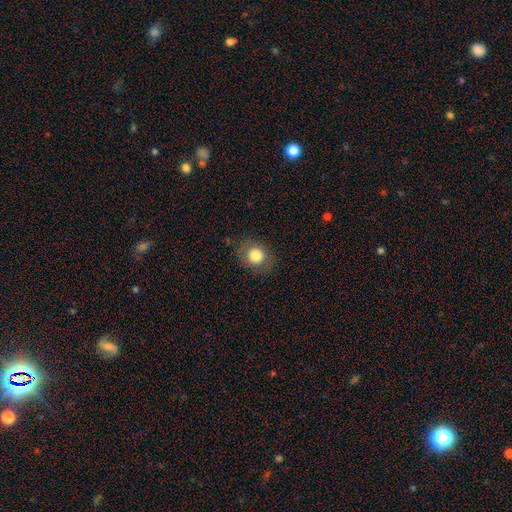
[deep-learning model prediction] Smooth or featured? Predicted: smooth (p=0.80). How rounded? Predicted: round (p=0.64). Merging? Predicted: none (p=0.82).